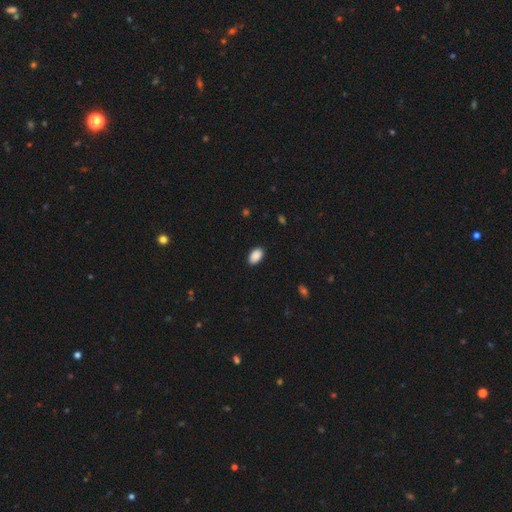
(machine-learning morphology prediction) A smooth galaxy with no disk features (90%) that is in between round and cigar-shaped (92%).

Vote fractions:
- Smooth or featured? smooth: 90% / star or artifact: 7% / featured or disk: 3%
- How rounded? in between: 92% / round: 7% / cigar-shaped: 1%
- Merging? none: 89% / minor disturbance: 8% / major disturbance: 2% / merger: 1%